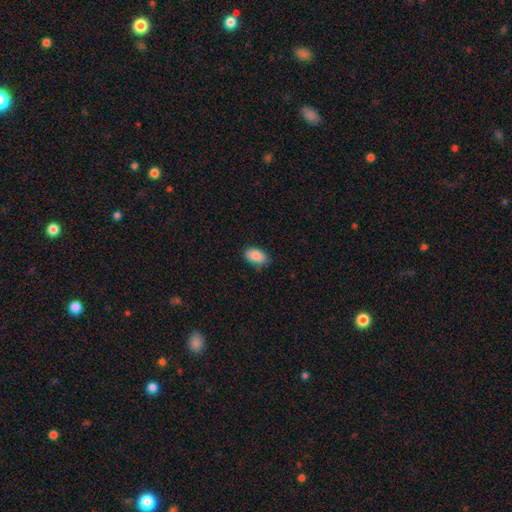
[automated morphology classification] A smooth galaxy with no disk features (89%) that is in between round and cigar-shaped (93%).

Vote fractions:
- Smooth or featured? smooth: 89% / star or artifact: 7% / featured or disk: 4%
- How rounded? in between: 93% / round: 6% / cigar-shaped: 2%
- Merging? none: 81% / minor disturbance: 16% / major disturbance: 3% / merger: 1%